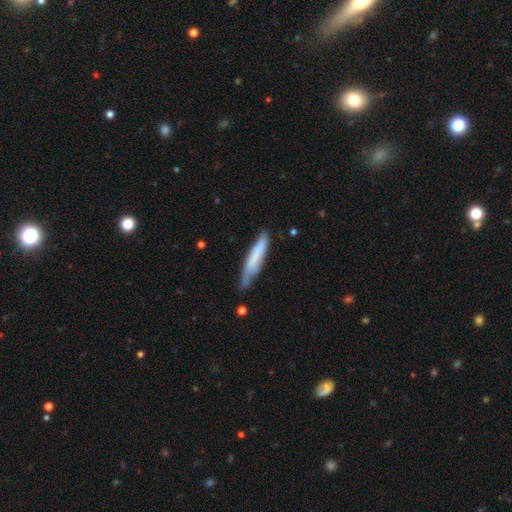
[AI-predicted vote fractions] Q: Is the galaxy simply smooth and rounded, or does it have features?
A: smooth — 66%.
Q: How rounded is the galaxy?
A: cigar-shaped — 88%.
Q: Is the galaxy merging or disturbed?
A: none — 60%.